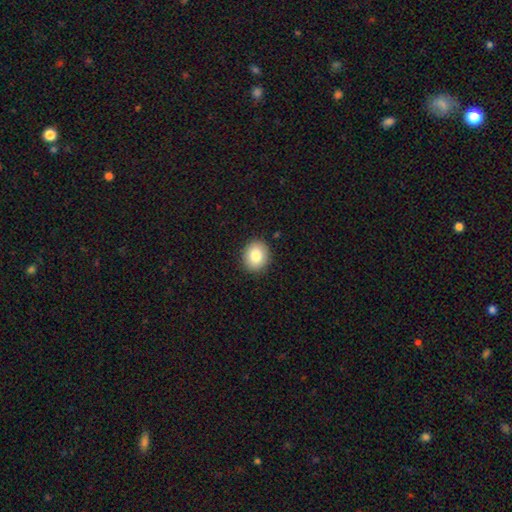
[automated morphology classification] type=smooth (84%); roundness=round (72%); merging=none (91%).